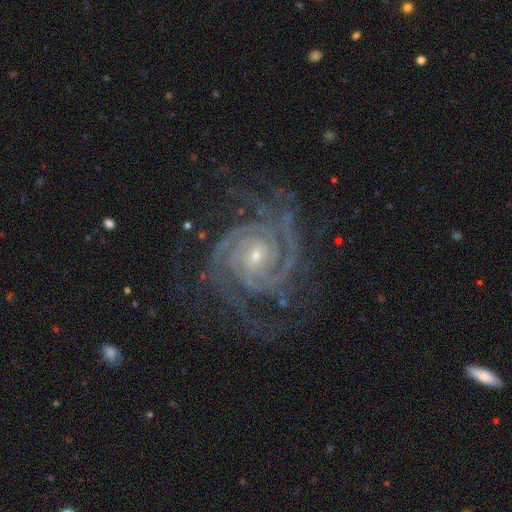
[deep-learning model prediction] Smooth or featured: featured or disk — 92% (star or artifact — 5%)
Edge-on disk: no — 98% (yes — 2%)
Bar: no — 56% (weak — 30%)
Spiral arms: yes — 99% (no — 1%)
Spiral winding: tight — 76% (medium — 21%)
Spiral arm count: 2 — 32% (3 — 22%)
Bulge size: small — 76% (moderate — 21%)
Merging: none — 72% (minor disturbance — 17%)